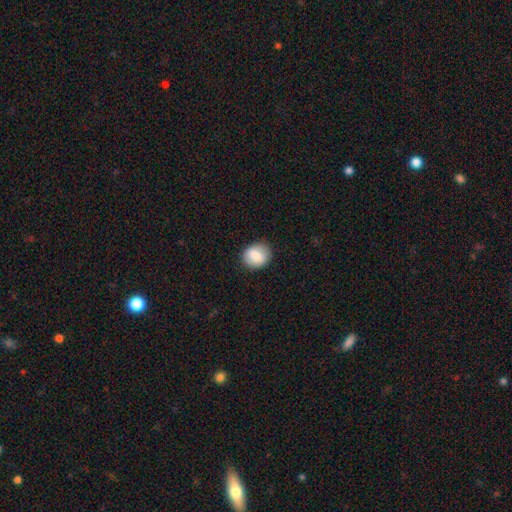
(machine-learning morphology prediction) A smooth galaxy with no disk features (80%) that is round (61%). Merging: none (86%).